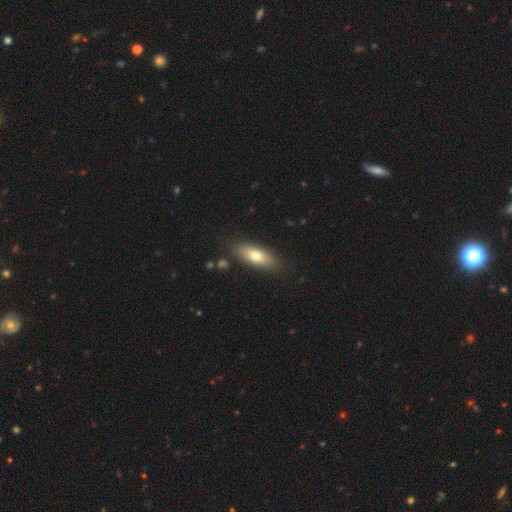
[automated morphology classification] Q: Smooth or featured?
A: smooth (73%); runner-up: featured or disk (20%)
Q: How rounded?
A: in between (70%); runner-up: cigar-shaped (27%)
Q: Merging?
A: none (85%); runner-up: minor disturbance (11%)